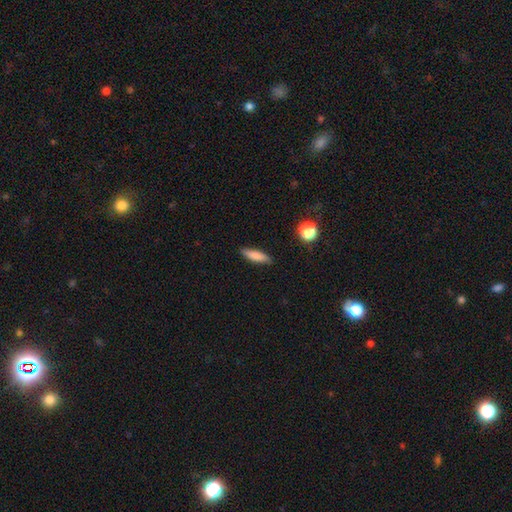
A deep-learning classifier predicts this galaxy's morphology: Smooth or featured?
  - smooth: 79% *
  - featured or disk: 13%
  - star or artifact: 7%
How rounded?
  - cigar-shaped: 66% *
  - in between: 32%
  - round: 3%
Merging?
  - none: 86% *
  - minor disturbance: 11%
  - major disturbance: 2%
  - merger: 1%